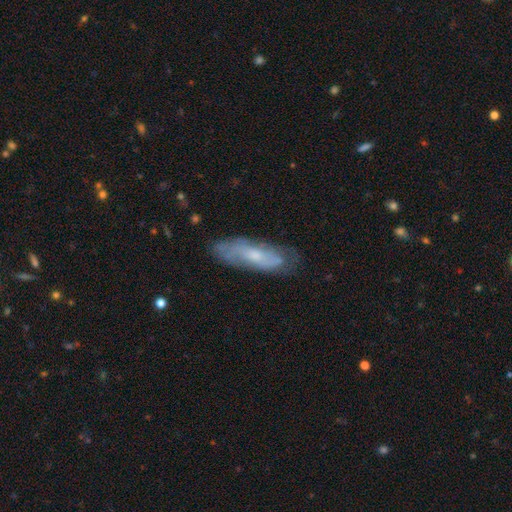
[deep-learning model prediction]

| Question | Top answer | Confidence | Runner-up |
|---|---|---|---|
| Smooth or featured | featured or disk | 53% | smooth (40%) |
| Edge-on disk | no | 72% | yes (28%) |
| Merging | none | 73% | minor disturbance (20%) |